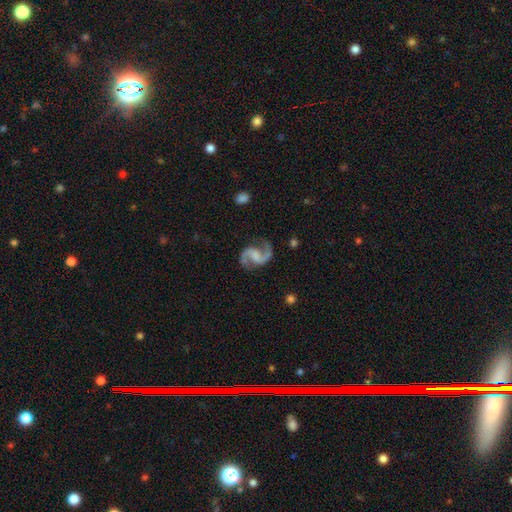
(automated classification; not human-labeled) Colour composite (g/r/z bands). It shows a featured or disk galaxy (92%) with a weak bar (45%), 2 (94%) medium (55%) spiral arms (98%) and no central bulge (44%). Merging: none (80%).